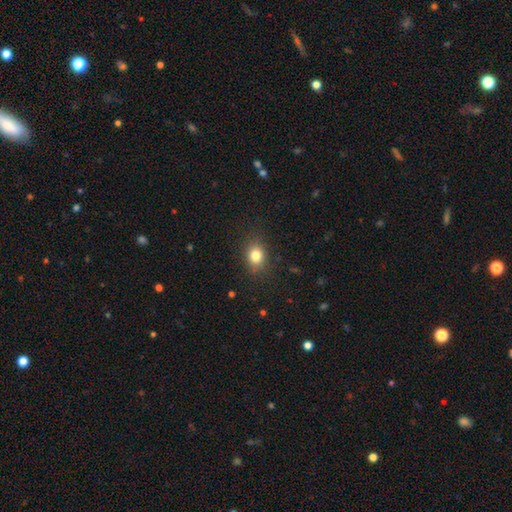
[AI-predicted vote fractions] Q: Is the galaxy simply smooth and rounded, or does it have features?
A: smooth — 82%.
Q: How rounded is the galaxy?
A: round — 52%.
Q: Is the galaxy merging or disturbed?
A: none — 85%.